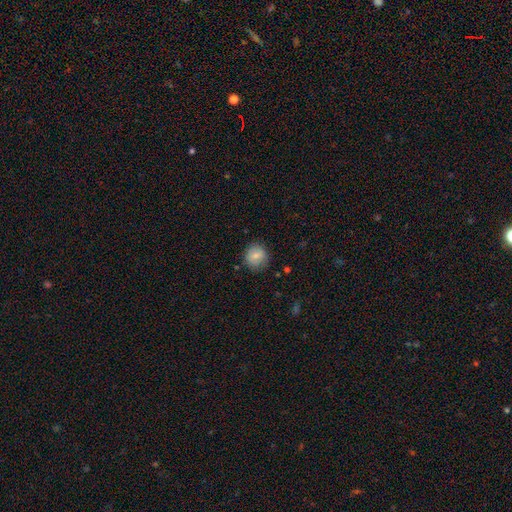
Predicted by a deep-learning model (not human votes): Smooth or featured: smooth — 75% (featured or disk — 17%)
How rounded: round — 85% (in between — 14%)
Merging: none — 80% (minor disturbance — 15%)